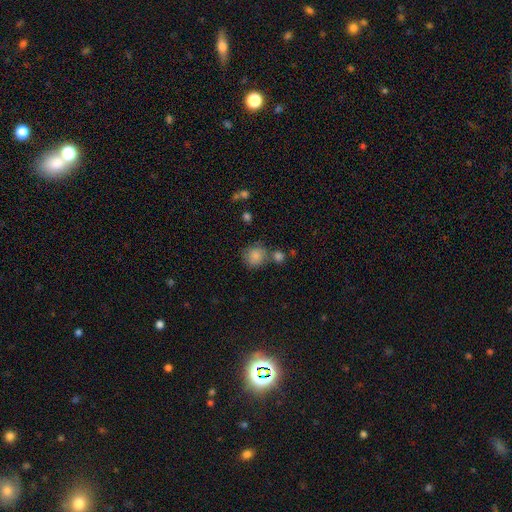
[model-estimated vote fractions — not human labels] smooth 84%, star or artifact 9%, featured or disk 7%. Down the decision tree: how rounded — round (86%); merging — none (61%).